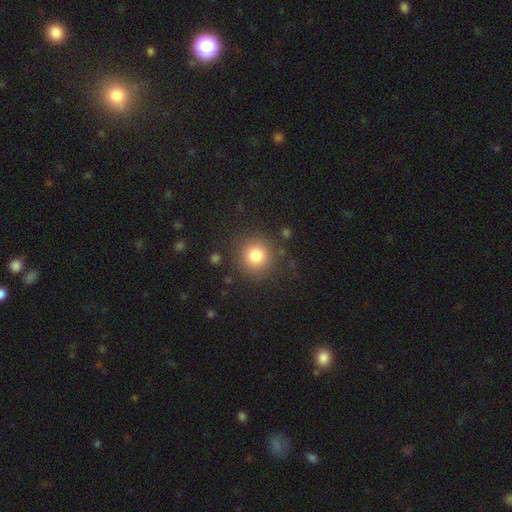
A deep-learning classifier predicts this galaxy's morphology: A smooth galaxy with no disk features (82%) that is round (92%).

Vote fractions:
- Smooth or featured? smooth: 82% / star or artifact: 11% / featured or disk: 7%
- How rounded? round: 92% / in between: 7% / cigar-shaped: 1%
- Merging? none: 86% / minor disturbance: 8% / major disturbance: 4% / merger: 2%